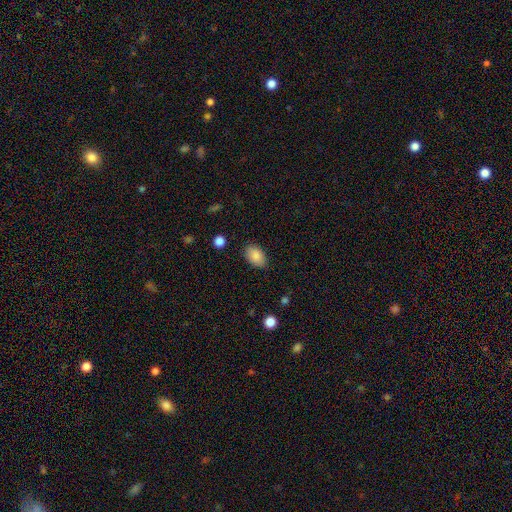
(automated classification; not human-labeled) Morphology: type=smooth (87%); roundness=in between (89%); merging=none (83%).